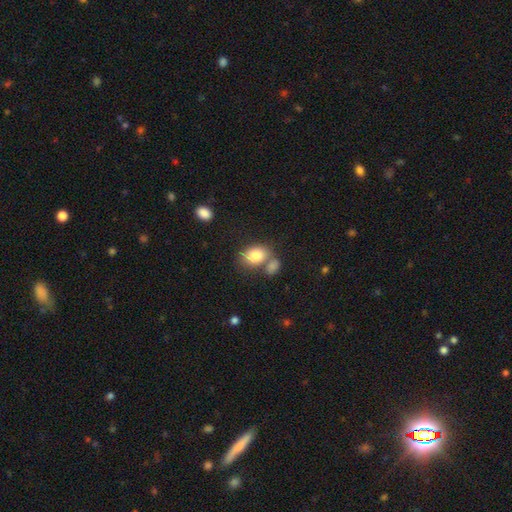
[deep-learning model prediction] This appears to be a smooth galaxy with no disk features (81%) that is in between round and cigar-shaped (76%). Merging: none (47%).